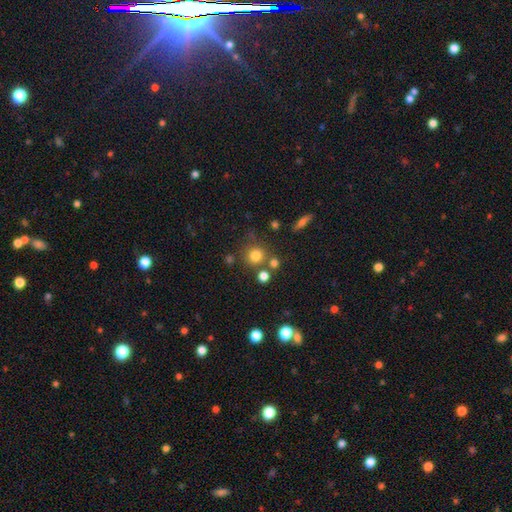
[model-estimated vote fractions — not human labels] smooth 77%, star or artifact 15%, featured or disk 9%. Down the decision tree: how rounded — round (91%); merging — none (71%).